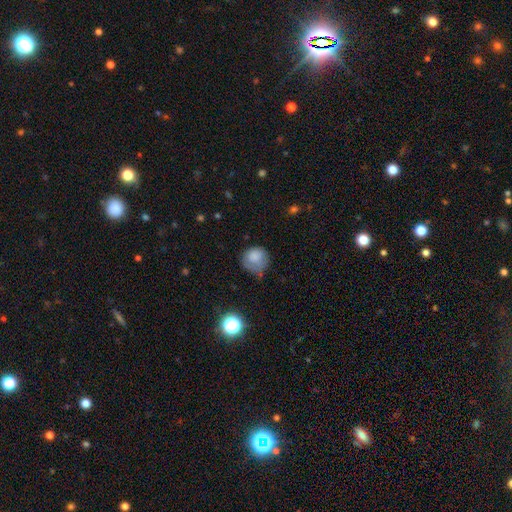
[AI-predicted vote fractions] smooth_or_featured: smooth (p=0.77) [alt: featured or disk p=0.13]
how_rounded: round (p=0.81) [alt: in between p=0.18]
merging: none (p=0.47) [alt: minor disturbance p=0.33]